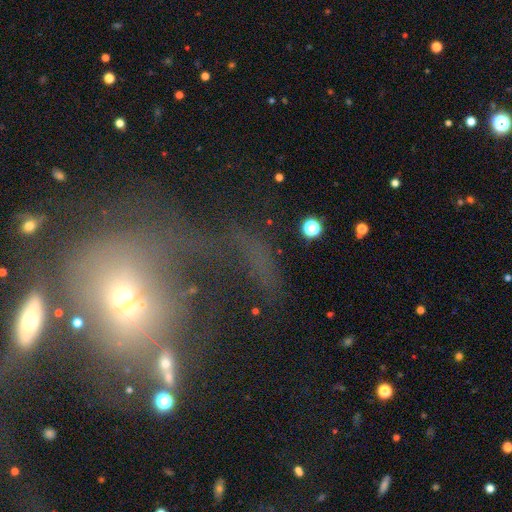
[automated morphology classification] Q: Smooth or featured?
A: smooth (35%); runner-up: star or artifact (34%)
Q: Merging?
A: major disturbance (42%); runner-up: none (31%)